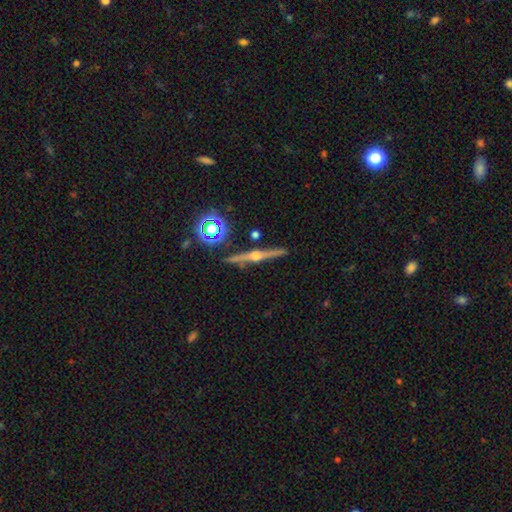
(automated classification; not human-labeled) Morphology: type=featured or disk (80%); edge-on=yes (97%); edge-on bulge=rounded (93%); merging=none (87%).